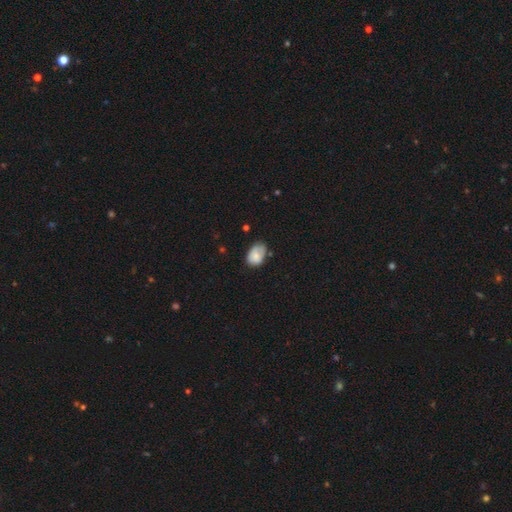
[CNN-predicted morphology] smooth 77%, featured or disk 15%, star or artifact 8%. Down the decision tree: how rounded — in between (85%); merging — none (52%).